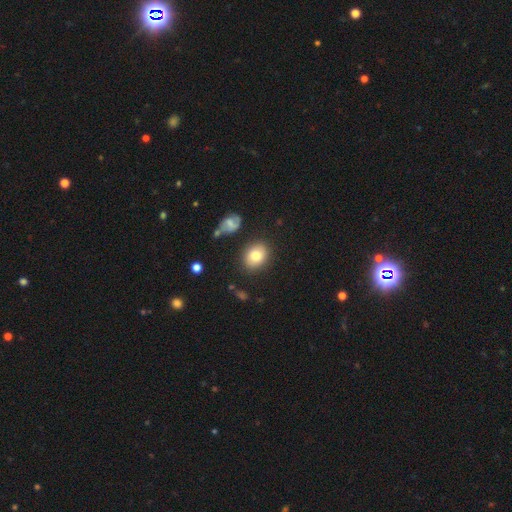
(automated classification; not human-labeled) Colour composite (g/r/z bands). It shows a smooth galaxy with no disk features (79%) that is in between round and cigar-shaped (50%). Merging: none (83%).